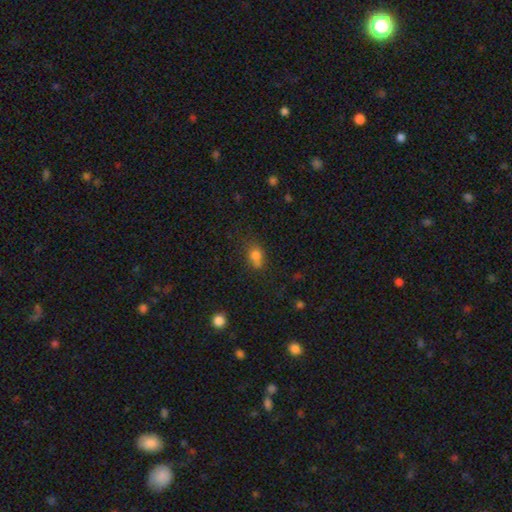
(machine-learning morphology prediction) A smooth galaxy with no disk features (75%) that is round (51%).

Vote fractions:
- Smooth or featured? smooth: 75% / star or artifact: 14% / featured or disk: 10%
- How rounded? round: 51% / in between: 47% / cigar-shaped: 2%
- Merging? none: 46% / merger: 28% / minor disturbance: 19% / major disturbance: 8%